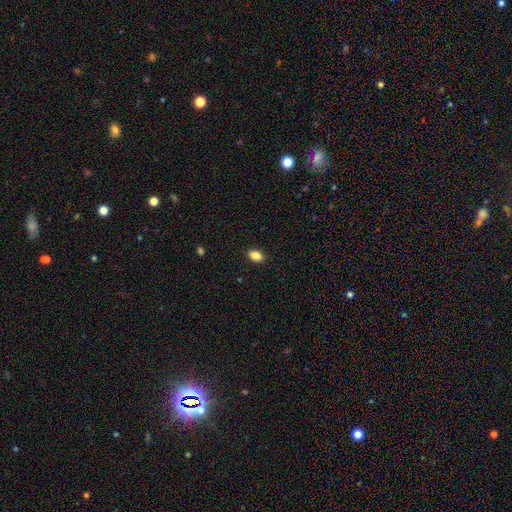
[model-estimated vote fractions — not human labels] Smooth or featured? smooth (86%)
How rounded? in between (88%)
Merging? none (89%)